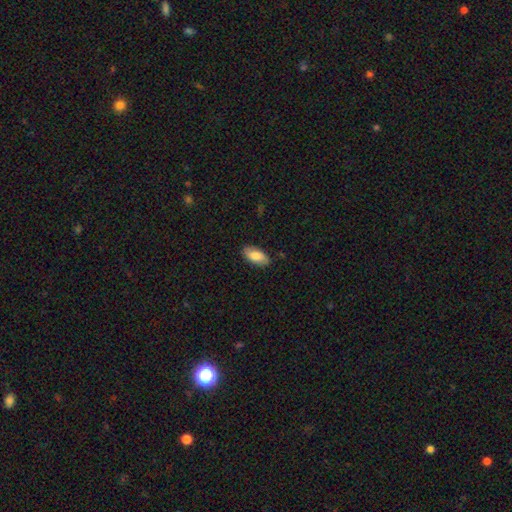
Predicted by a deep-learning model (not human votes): This is clearly a smooth galaxy (82%). How rounded: clearly in between (91%). Merging: clearly none (85%).